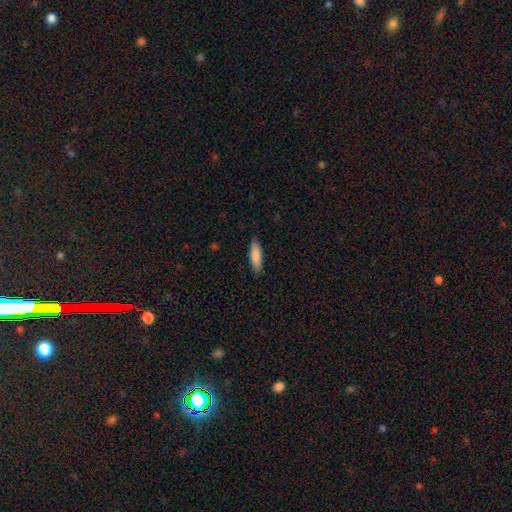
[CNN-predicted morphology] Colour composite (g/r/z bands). It shows a smooth galaxy with no disk features (86%) that is cigar-shaped (55%). Merging: none (86%).